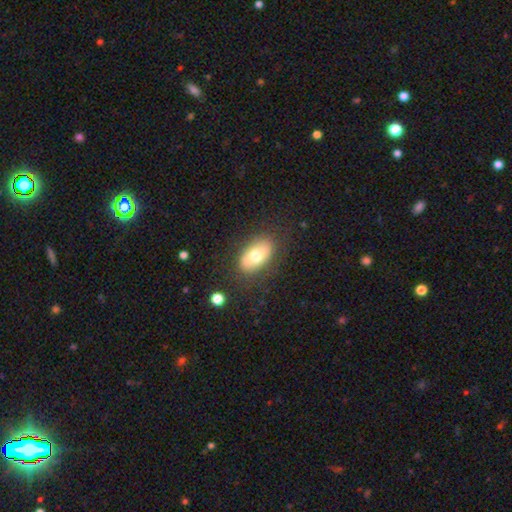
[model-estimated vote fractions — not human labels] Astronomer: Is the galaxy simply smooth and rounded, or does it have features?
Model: smooth — 67%.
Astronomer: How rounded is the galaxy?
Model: in between — 91%.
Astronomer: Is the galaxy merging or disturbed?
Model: none — 80%.